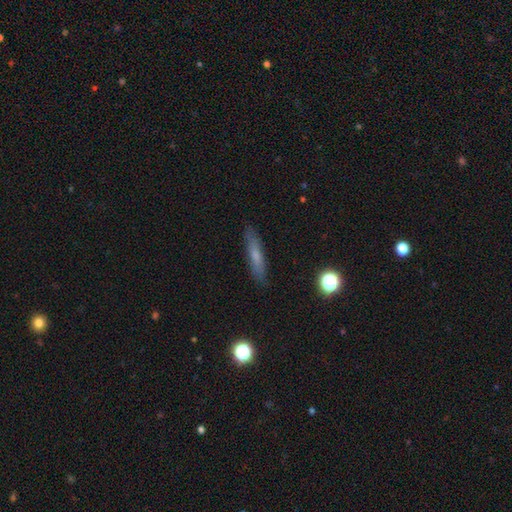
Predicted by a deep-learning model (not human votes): smooth 60%, featured or disk 31%, star or artifact 9%. Down the decision tree: how rounded — cigar-shaped (84%); merging — none (86%).